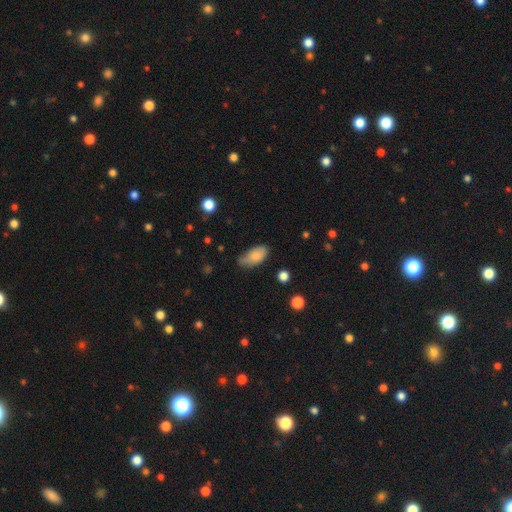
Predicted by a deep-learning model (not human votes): Smooth or featured: smooth — 83% (featured or disk — 10%)
How rounded: in between — 92% (cigar-shaped — 5%)
Merging: none — 59% (minor disturbance — 32%)